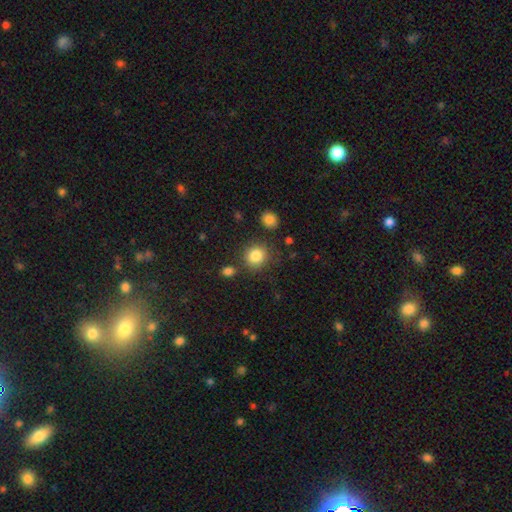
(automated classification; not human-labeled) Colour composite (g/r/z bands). It shows a smooth galaxy with no disk features (84%) that is round (83%). Merging: none (79%).